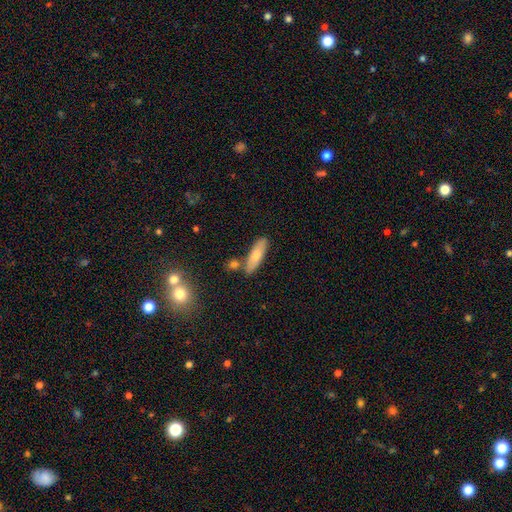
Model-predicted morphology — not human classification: smooth-or-featured: smooth: 72% | featured or disk: 22% | star or artifact: 7%
  how-rounded: cigar-shaped: 58% | in between: 39% | round: 2%
  merging: none: 75% | minor disturbance: 12% | merger: 11% | major disturbance: 3%